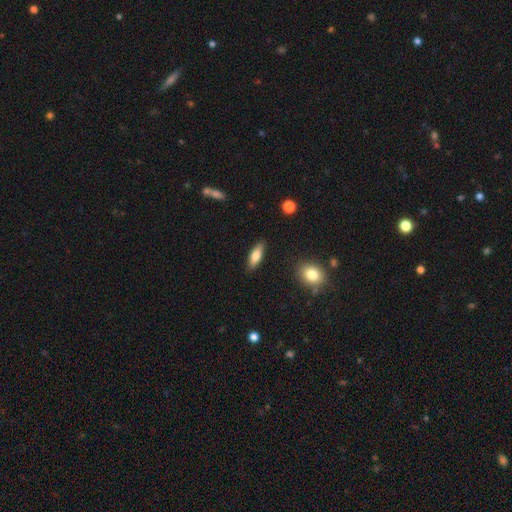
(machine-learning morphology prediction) The model was most divided on "how rounded": in between: 58%, cigar-shaped: 40%, round: 2%. More confident: merging — none (86%); smooth or featured — smooth (73%).